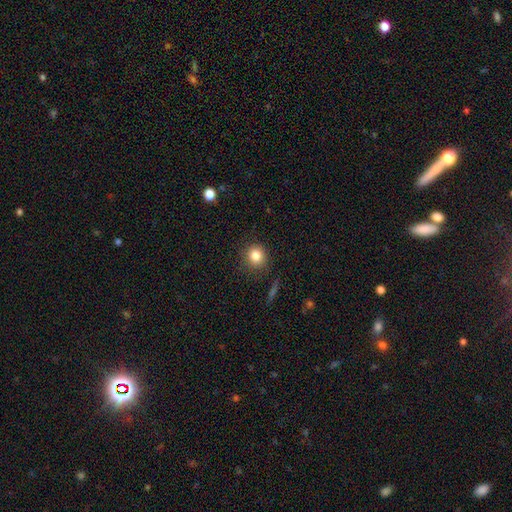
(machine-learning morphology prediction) Q: Smooth or featured?
A: smooth (83%); runner-up: star or artifact (11%)
Q: How rounded?
A: round (89%); runner-up: in between (10%)
Q: Merging?
A: none (88%); runner-up: minor disturbance (8%)